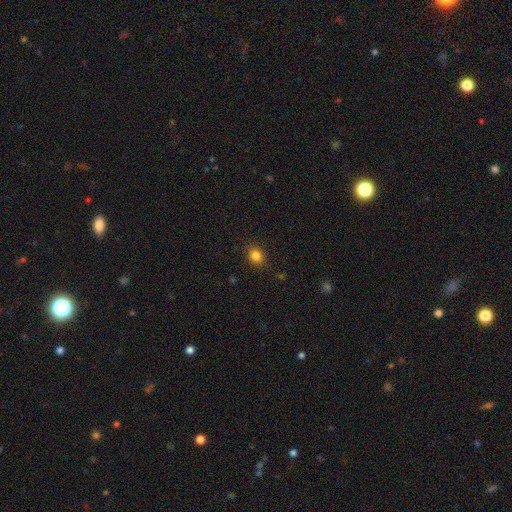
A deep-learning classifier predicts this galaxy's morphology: Smooth or featured? Predicted: smooth (p=0.83). How rounded? Predicted: round (p=0.66). Merging? Predicted: none (p=0.88).